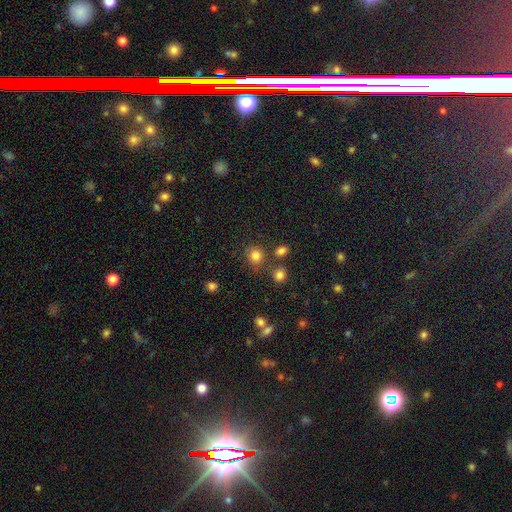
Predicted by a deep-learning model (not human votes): A smooth galaxy with no disk features (81%) that is round (81%). Merging: none (75%).